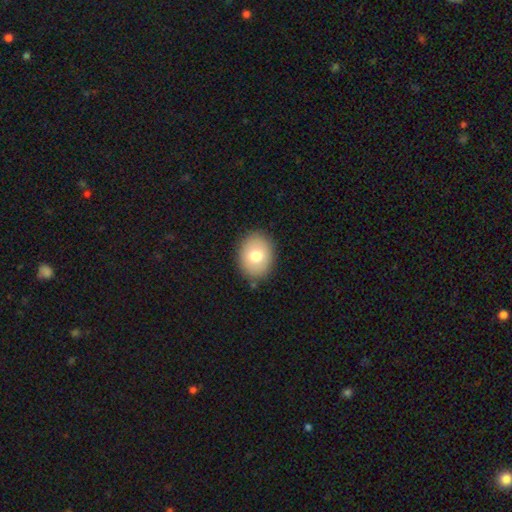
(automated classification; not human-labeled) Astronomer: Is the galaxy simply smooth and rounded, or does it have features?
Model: smooth — 74%.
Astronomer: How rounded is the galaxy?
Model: in between — 61% (runner-up: round, 38%).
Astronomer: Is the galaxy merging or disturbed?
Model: none — 86%.